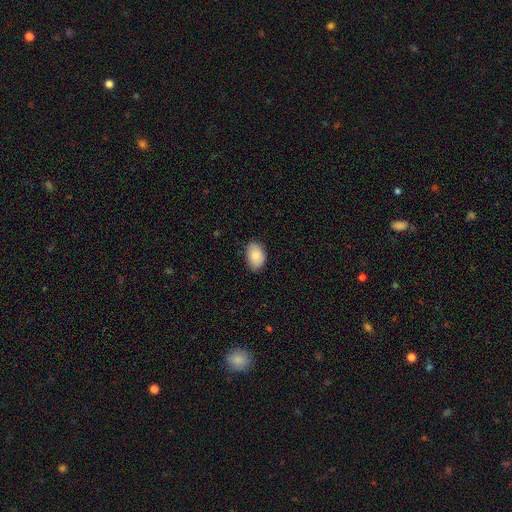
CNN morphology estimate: Overall: smooth (86%). How rounded: in between (87%). Merging: none (80%).